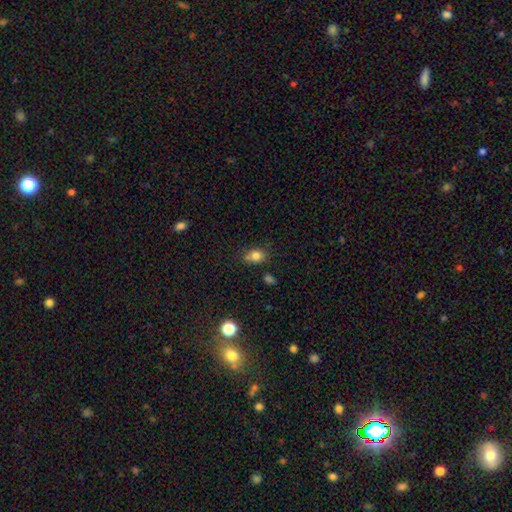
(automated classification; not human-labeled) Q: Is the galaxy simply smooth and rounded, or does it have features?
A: smooth — 79%.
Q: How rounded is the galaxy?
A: in between — 51%.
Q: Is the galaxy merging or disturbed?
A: none — 59%.